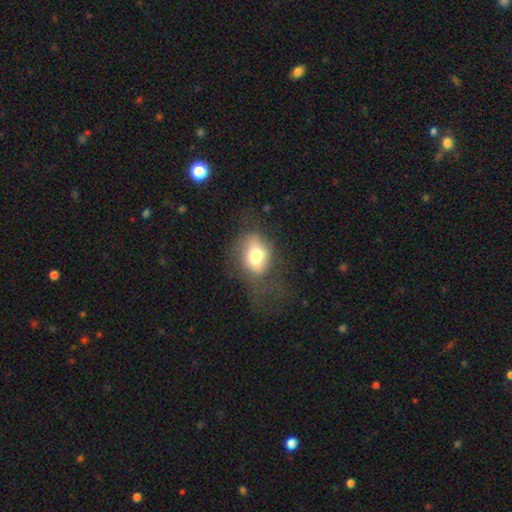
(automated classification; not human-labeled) A smooth galaxy with no disk features (71%) that is in between round and cigar-shaped (56%). Merging: none (52%).